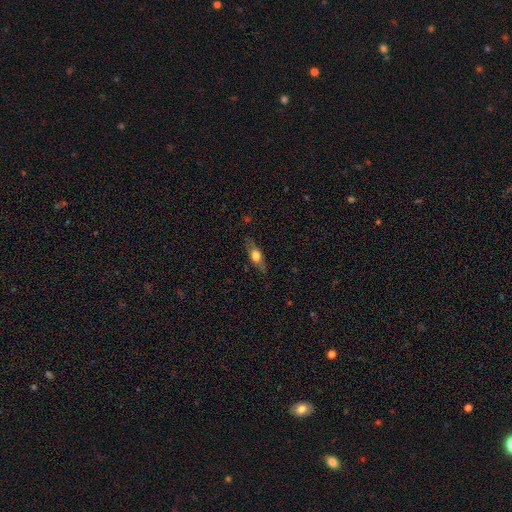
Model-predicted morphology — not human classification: The model was most divided on "how rounded": in between: 53%, cigar-shaped: 41%, round: 6%. More confident: merging — none (81%); smooth or featured — smooth (54%).